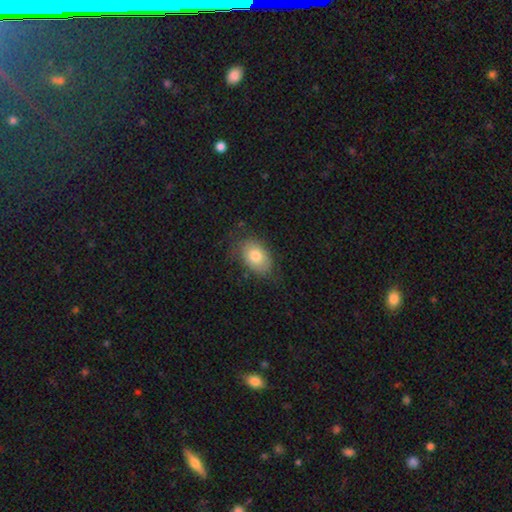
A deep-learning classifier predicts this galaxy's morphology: smooth_or_featured: smooth (p=0.76) [alt: featured or disk p=0.16]
how_rounded: in between (p=0.84) [alt: round p=0.15]
merging: none (p=0.72) [alt: minor disturbance p=0.20]